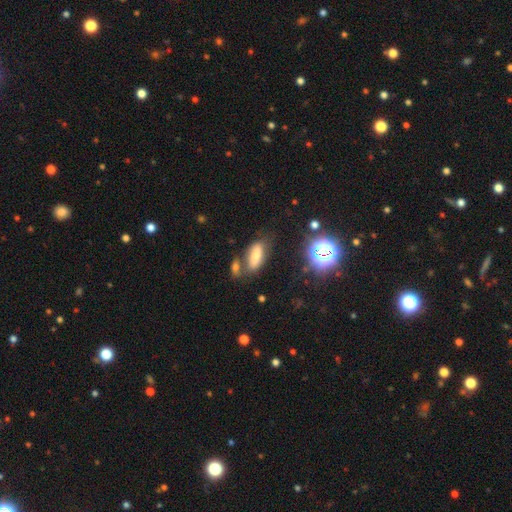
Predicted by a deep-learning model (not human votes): smooth_or_featured: smooth (p=0.68) [alt: featured or disk p=0.18]
how_rounded: in between (p=0.76) [alt: cigar-shaped p=0.20]
merging: none (p=0.57) [alt: merger p=0.19]